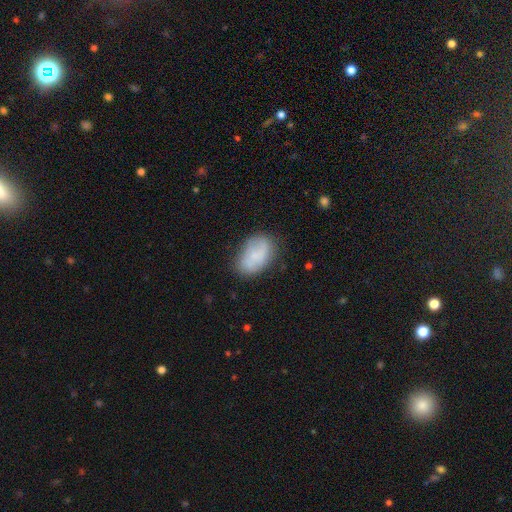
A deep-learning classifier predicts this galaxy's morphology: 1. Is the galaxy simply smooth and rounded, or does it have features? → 68% smooth, 25% featured or disk, 8% star or artifact.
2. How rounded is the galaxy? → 87% in between, 11% round, 2% cigar-shaped.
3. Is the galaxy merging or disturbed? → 63% none, 25% minor disturbance, 7% major disturbance, 5% merger.